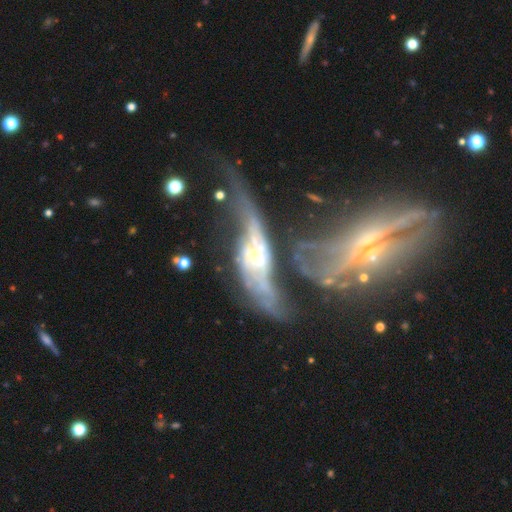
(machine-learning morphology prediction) type=featured or disk (72%); edge-on=no (69%); merging=merger (39%).